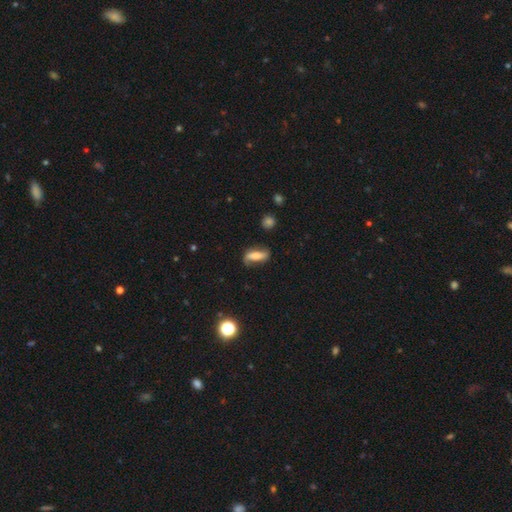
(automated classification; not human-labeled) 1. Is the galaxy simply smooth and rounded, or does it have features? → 47% featured or disk, 44% smooth, 9% star or artifact.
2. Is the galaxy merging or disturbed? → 67% none, 22% minor disturbance, 8% major disturbance, 2% merger.